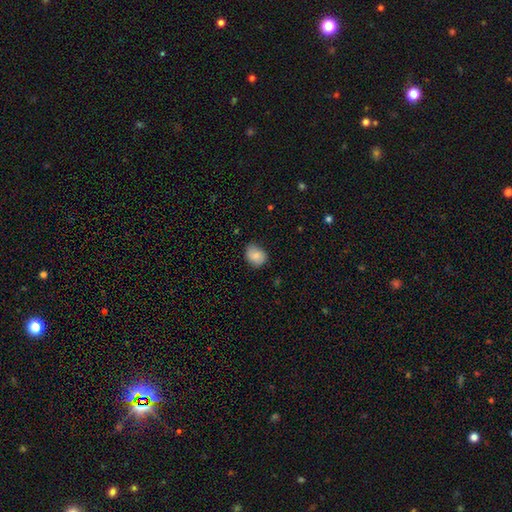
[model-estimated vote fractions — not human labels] Smooth or featured? smooth (81%)
How rounded? round (50%)
Merging? none (76%)